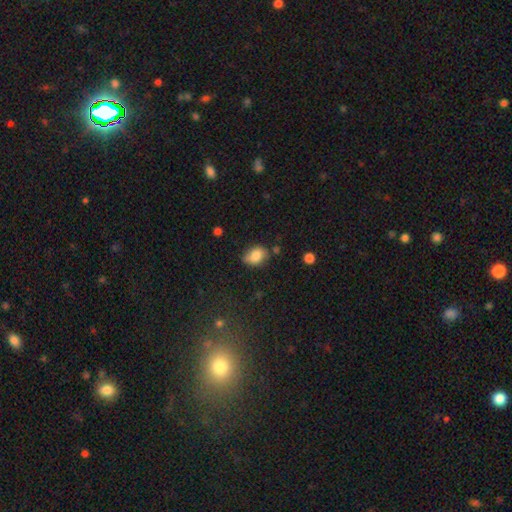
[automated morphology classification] Smooth or featured: smooth — 77% (featured or disk — 14%)
How rounded: in between — 71% (round — 27%)
Merging: none — 65% (minor disturbance — 25%)